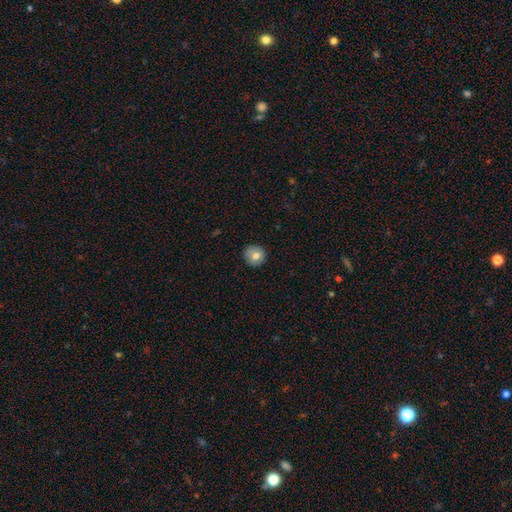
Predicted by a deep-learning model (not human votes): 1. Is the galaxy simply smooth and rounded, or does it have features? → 76% smooth, 16% featured or disk, 9% star or artifact.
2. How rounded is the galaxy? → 92% round, 7% in between, 1% cigar-shaped.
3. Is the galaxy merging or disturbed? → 88% none, 9% minor disturbance, 2% major disturbance, 1% merger.